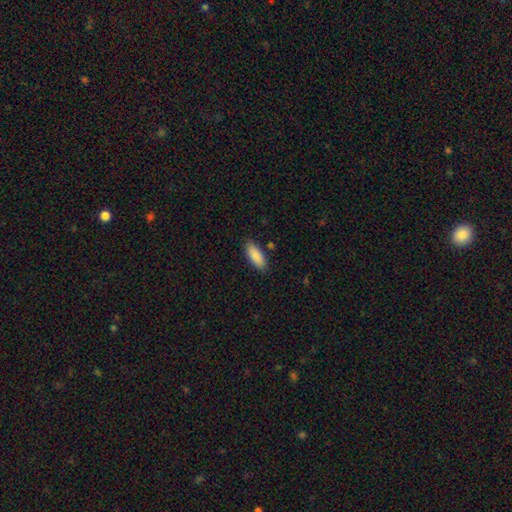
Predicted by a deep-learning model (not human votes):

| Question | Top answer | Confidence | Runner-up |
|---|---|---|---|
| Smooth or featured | smooth | 89% | star or artifact (6%) |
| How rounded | in between | 77% | cigar-shaped (21%) |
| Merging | none | 85% | minor disturbance (11%) |